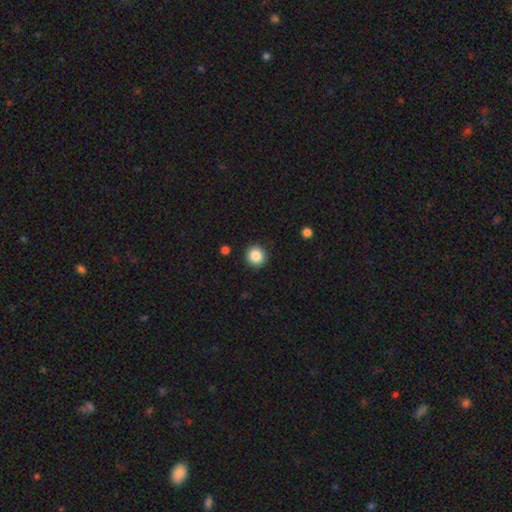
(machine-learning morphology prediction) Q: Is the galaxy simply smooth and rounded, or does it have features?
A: smooth — 86%.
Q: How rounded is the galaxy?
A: round — 93%.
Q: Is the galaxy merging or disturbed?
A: none — 91%.